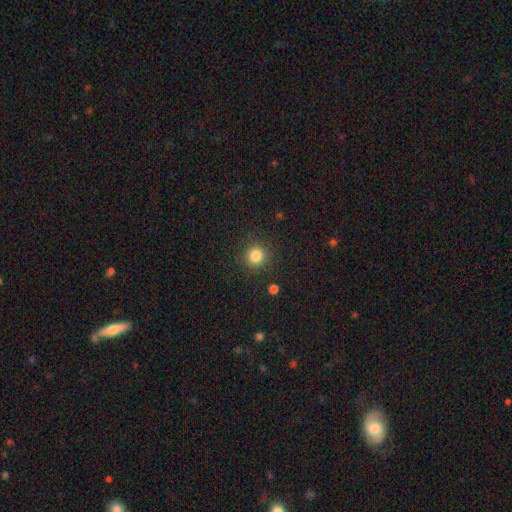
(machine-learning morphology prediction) smooth-or-featured: smooth: 83% | star or artifact: 12% | featured or disk: 4%
  how-rounded: round: 93% | in between: 6% | cigar-shaped: 1%
  merging: none: 89% | minor disturbance: 7% | major disturbance: 3% | merger: 2%